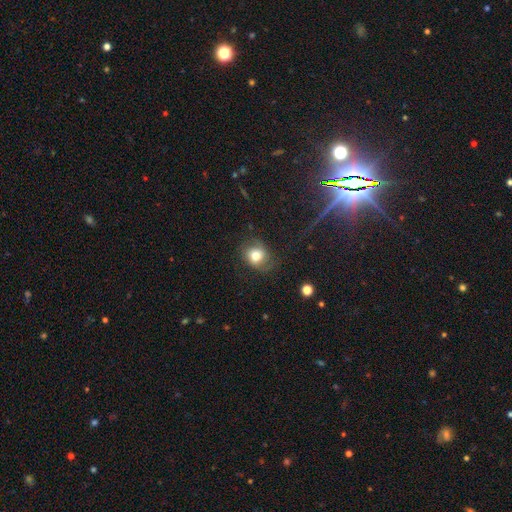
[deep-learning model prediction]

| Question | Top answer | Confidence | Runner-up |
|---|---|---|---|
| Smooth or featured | smooth | 67% | featured or disk (23%) |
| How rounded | round | 63% | in between (36%) |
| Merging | none | 63% | minor disturbance (23%) |